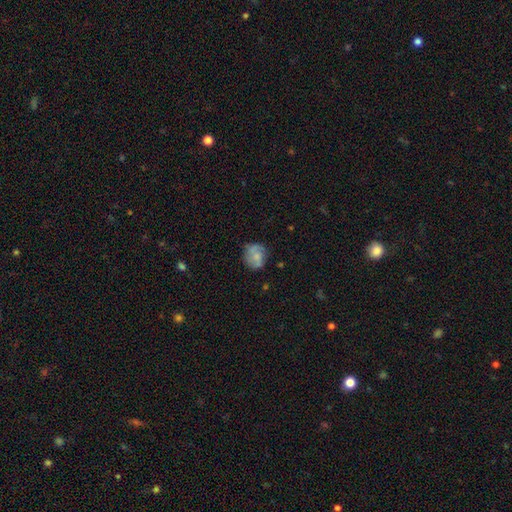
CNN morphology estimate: Q: Smooth or featured?
A: smooth (59%); runner-up: featured or disk (33%)
Q: How rounded?
A: round (70%); runner-up: in between (29%)
Q: Merging?
A: none (63%); runner-up: minor disturbance (25%)